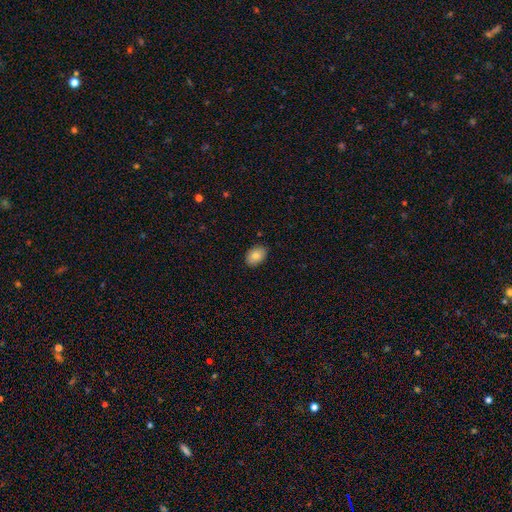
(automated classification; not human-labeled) A smooth galaxy with no disk features (82%) that is in between round and cigar-shaped (80%). Merging: none (88%).